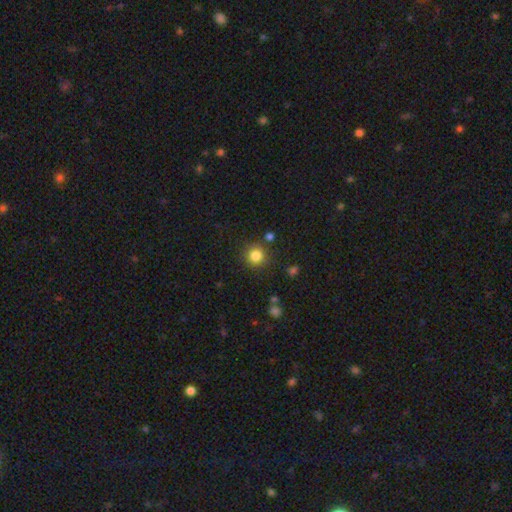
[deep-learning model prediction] Q: Smooth or featured?
A: smooth (83%); runner-up: star or artifact (12%)
Q: How rounded?
A: round (93%); runner-up: in between (6%)
Q: Merging?
A: none (84%); runner-up: minor disturbance (9%)